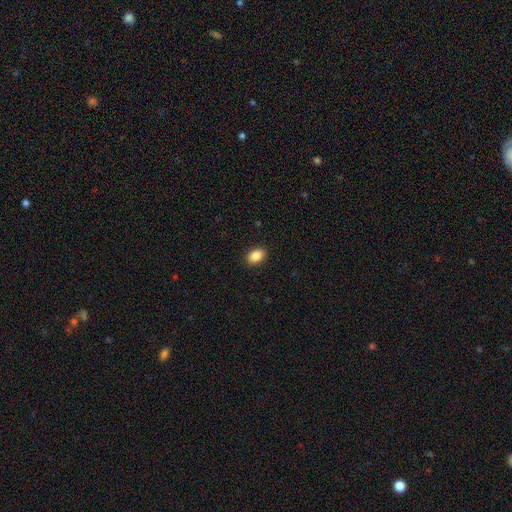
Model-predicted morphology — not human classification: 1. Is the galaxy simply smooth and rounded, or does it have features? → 87% smooth, 8% star or artifact, 4% featured or disk.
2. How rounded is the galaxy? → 86% in between, 13% round, 1% cigar-shaped.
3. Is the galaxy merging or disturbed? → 91% none, 7% minor disturbance, 2% major disturbance, 1% merger.